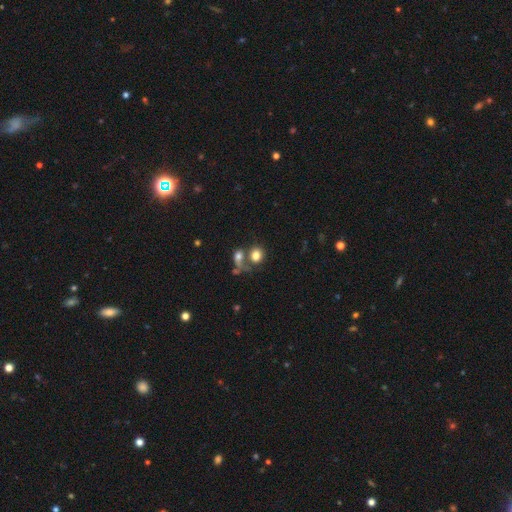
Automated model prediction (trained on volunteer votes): The model was most divided on "merging": none: 42%, merger: 39%, minor disturbance: 10%, major disturbance: 8%. More confident: smooth or featured — smooth (77%); how rounded — round (70%).